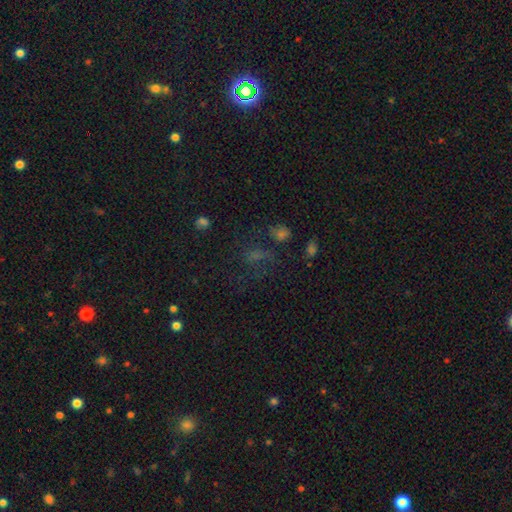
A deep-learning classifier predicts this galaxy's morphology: smooth_or_featured: star or artifact (p=0.51) [alt: smooth p=0.29]